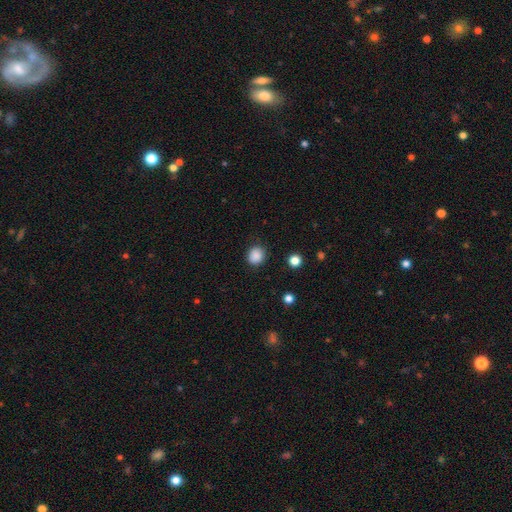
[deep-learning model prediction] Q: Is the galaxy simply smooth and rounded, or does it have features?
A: smooth — 87%.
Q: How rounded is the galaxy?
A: round — 76%.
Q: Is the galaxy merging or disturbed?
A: none — 86%.